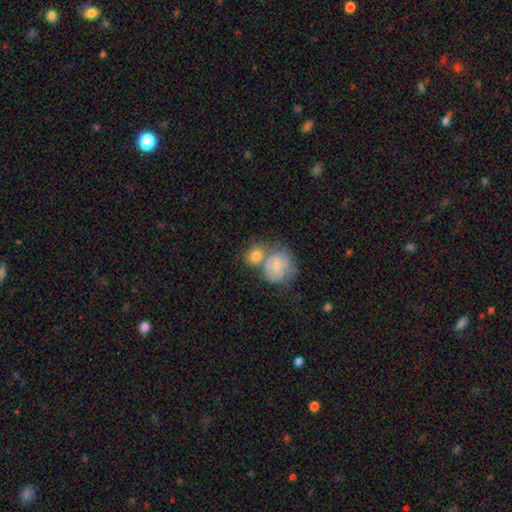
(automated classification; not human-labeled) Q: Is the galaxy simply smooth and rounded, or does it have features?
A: smooth — 62%.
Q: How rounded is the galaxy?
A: round — 62%.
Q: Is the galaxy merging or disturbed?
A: merger — 48%.